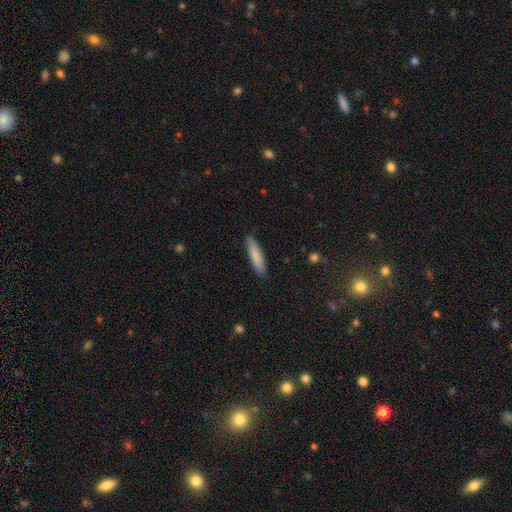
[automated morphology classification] smooth_or_featured: smooth (p=0.84) [alt: featured or disk p=0.11]
how_rounded: cigar-shaped (p=0.81) [alt: in between p=0.18]
merging: none (p=0.88) [alt: minor disturbance p=0.09]